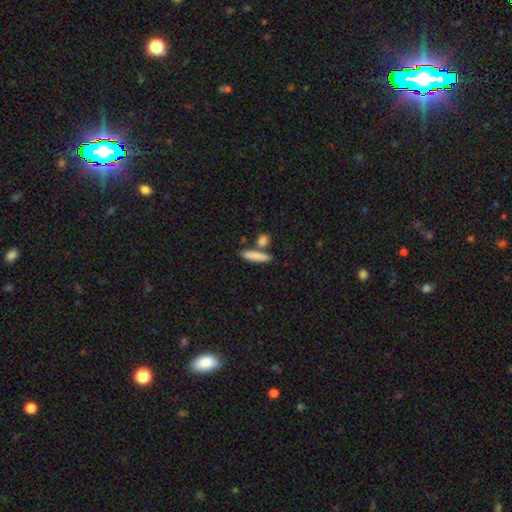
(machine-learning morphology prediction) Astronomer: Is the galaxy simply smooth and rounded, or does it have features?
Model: smooth — 82%.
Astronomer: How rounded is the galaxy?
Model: cigar-shaped — 77%.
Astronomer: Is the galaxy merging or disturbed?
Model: none — 71%.